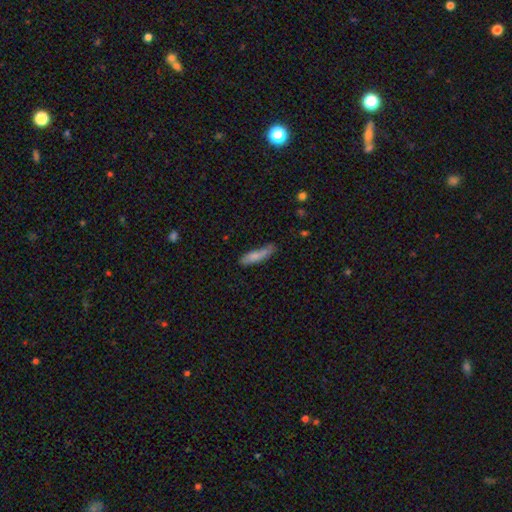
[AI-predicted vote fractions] Morphology: type=smooth (77%); roundness=cigar-shaped (73%); merging=none (62%).